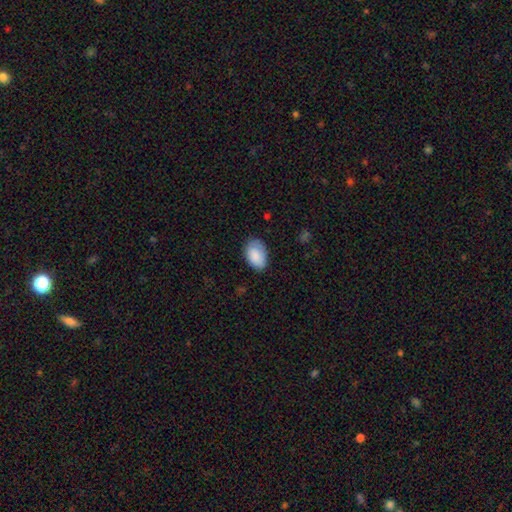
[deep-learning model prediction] Q: Smooth or featured?
A: smooth (86%); runner-up: featured or disk (7%)
Q: How rounded?
A: in between (91%); runner-up: round (8%)
Q: Merging?
A: none (73%); runner-up: minor disturbance (21%)